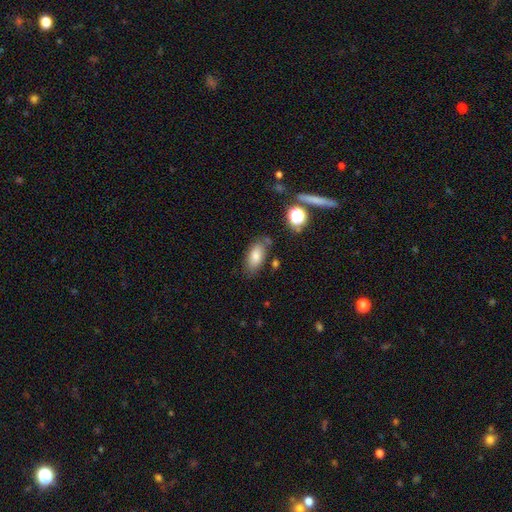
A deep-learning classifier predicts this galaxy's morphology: This is likely a smooth galaxy (80%). How rounded: clearly in between (87%). Merging: likely none (75%).